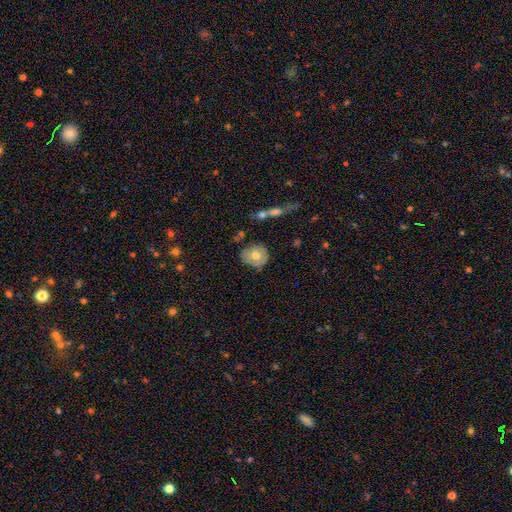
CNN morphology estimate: A smooth galaxy with no disk features (62%) that is round (72%).

Vote fractions:
- Smooth or featured? smooth: 62% / featured or disk: 31% / star or artifact: 7%
- How rounded? round: 72% / in between: 27% / cigar-shaped: 1%
- Merging? none: 68% / minor disturbance: 22% / major disturbance: 5% / merger: 4%